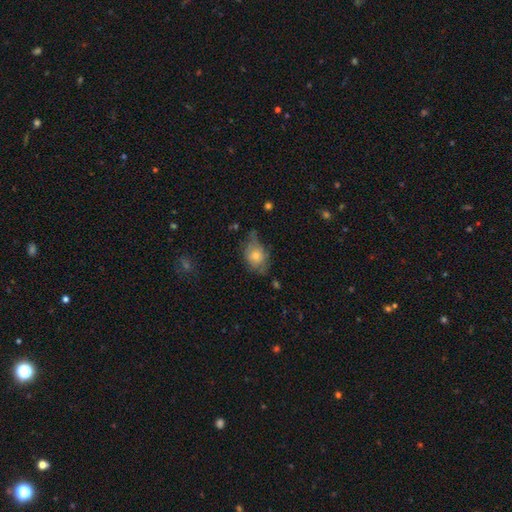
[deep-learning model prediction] Q: Smooth or featured?
A: smooth (61%); runner-up: featured or disk (26%)
Q: How rounded?
A: in between (61%); runner-up: round (37%)
Q: Merging?
A: none (50%); runner-up: minor disturbance (34%)